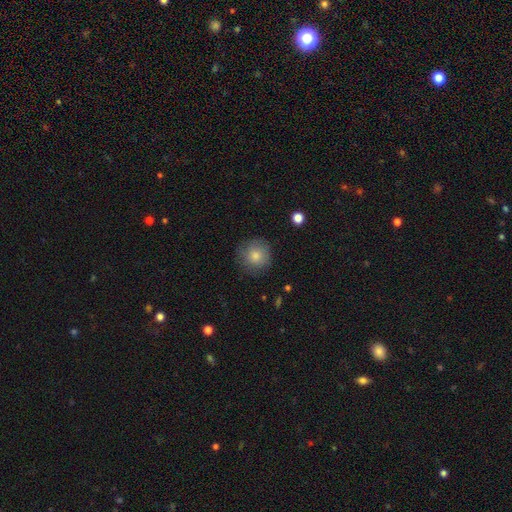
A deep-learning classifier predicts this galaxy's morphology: type=smooth (82%); roundness=round (94%); merging=none (82%).